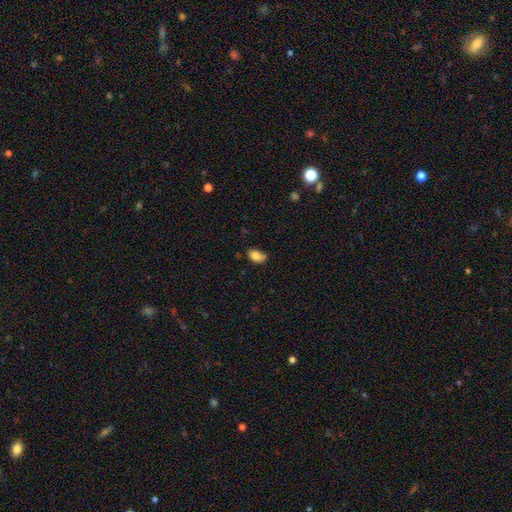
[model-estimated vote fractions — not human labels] Overall: smooth (82%). How rounded: in between (86%). Merging: none (55%; minor disturbance 34%).